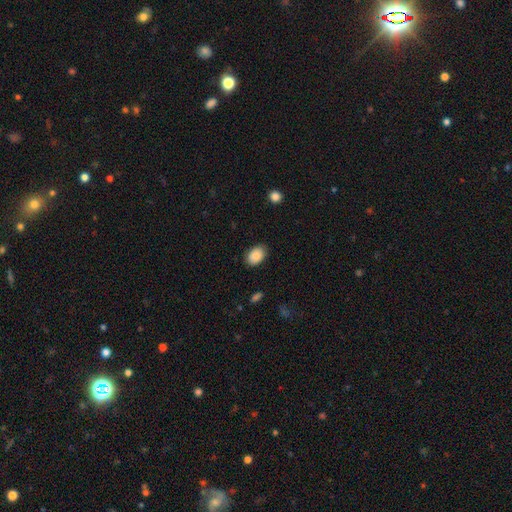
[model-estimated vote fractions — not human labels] smooth-or-featured: smooth: 87% | star or artifact: 7% | featured or disk: 5%
  how-rounded: in between: 85% | round: 14% | cigar-shaped: 1%
  merging: none: 85% | minor disturbance: 12% | major disturbance: 2% | merger: 1%